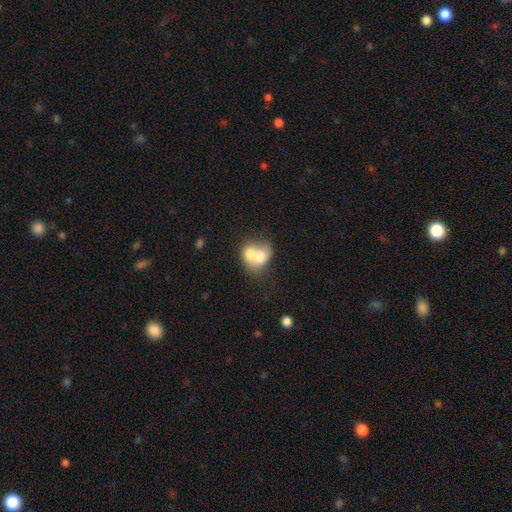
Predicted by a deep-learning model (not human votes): smooth 68%, featured or disk 24%, star or artifact 8%. Down the decision tree: how rounded — in between (57%); merging — merger (75%).